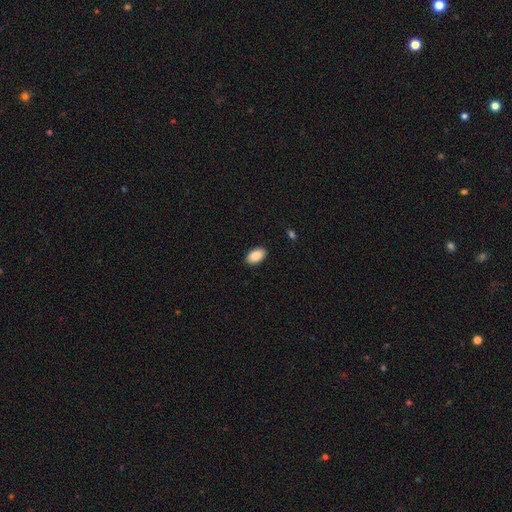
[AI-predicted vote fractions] Q: Smooth or featured?
A: smooth (88%); runner-up: star or artifact (7%)
Q: How rounded?
A: in between (93%); runner-up: round (6%)
Q: Merging?
A: none (90%); runner-up: minor disturbance (8%)